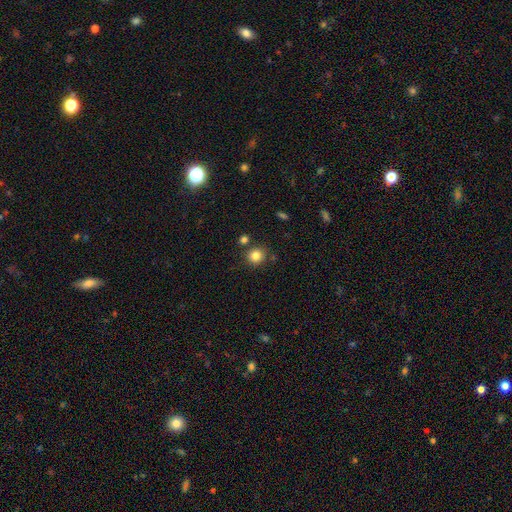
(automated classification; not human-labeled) This appears to be a smooth galaxy with no disk features (83%) that is round (86%). Merging: none (81%).